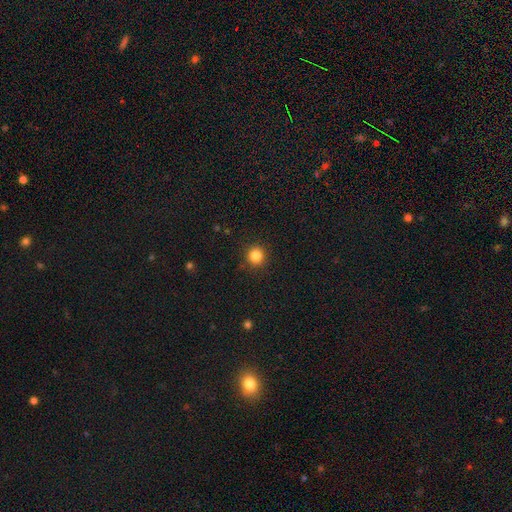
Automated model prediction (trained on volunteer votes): Overall: smooth (84%). How rounded: round (94%). Merging: none (91%).